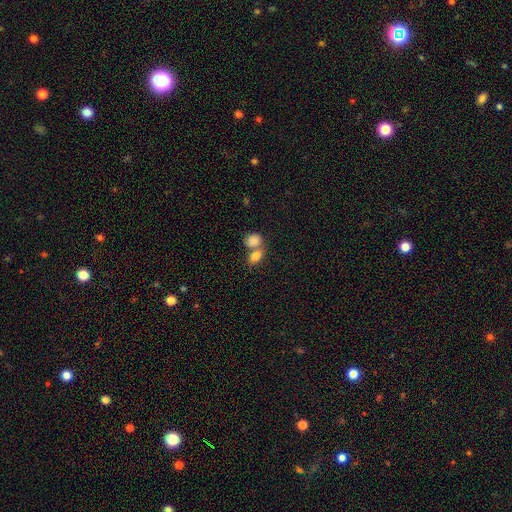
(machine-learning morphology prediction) A smooth galaxy with no disk features (82%) that is in between round and cigar-shaped (68%).

Vote fractions:
- Smooth or featured? smooth: 82% / featured or disk: 9% / star or artifact: 8%
- How rounded? in between: 68% / round: 30% / cigar-shaped: 2%
- Merging? merger: 55% / none: 33% / minor disturbance: 8% / major disturbance: 4%